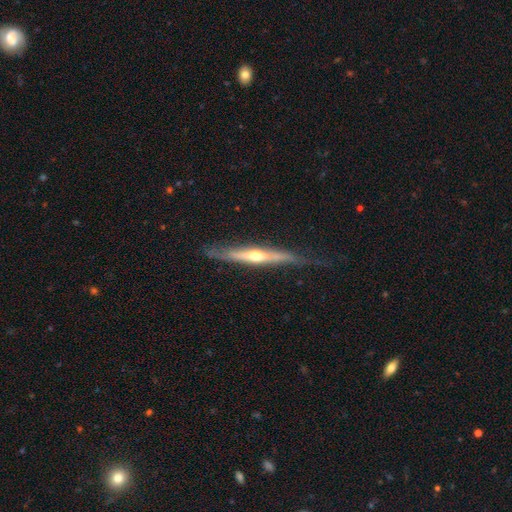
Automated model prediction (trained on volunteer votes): Q: Smooth or featured?
A: featured or disk (69%); runner-up: smooth (26%)
Q: Edge-on disk?
A: yes (92%); runner-up: no (8%)
Q: Edge-on bulge?
A: rounded (80%); runner-up: none (15%)
Q: Merging?
A: none (67%); runner-up: minor disturbance (24%)